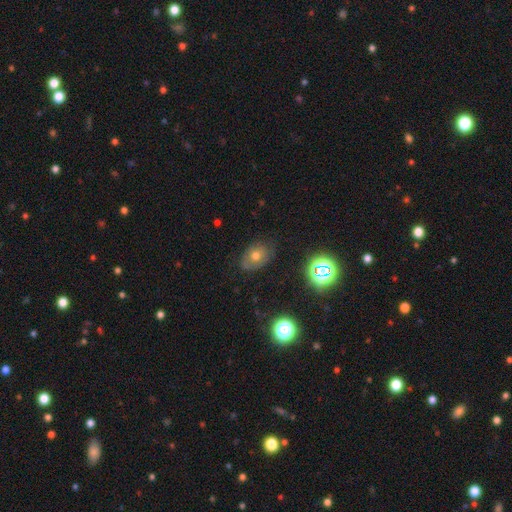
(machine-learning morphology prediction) smooth_or_featured: smooth (p=0.52) [alt: featured or disk p=0.27]
how_rounded: in between (p=0.69) [alt: round p=0.30]
merging: none (p=0.72) [alt: minor disturbance p=0.21]